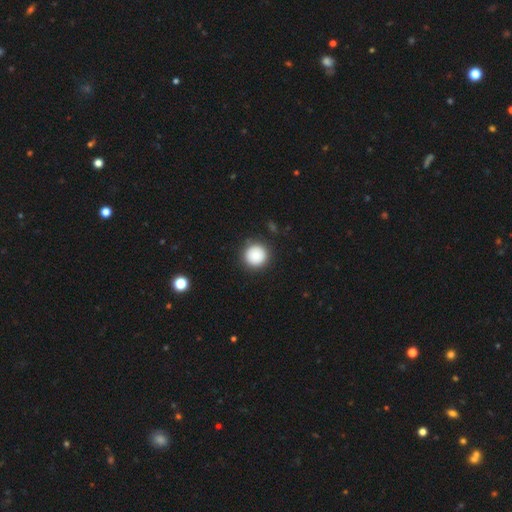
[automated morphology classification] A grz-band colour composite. It shows a smooth galaxy with no disk features (85%) that is round (96%). Merging: none (90%).